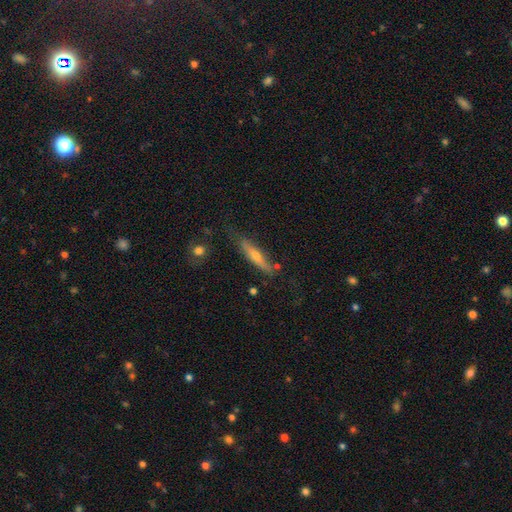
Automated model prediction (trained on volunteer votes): Smooth or featured? Predicted: featured or disk (p=0.58). Edge-on disk? Predicted: yes (p=0.90). Edge-on bulge? Predicted: rounded (p=0.83). Merging? Predicted: none (p=0.73).